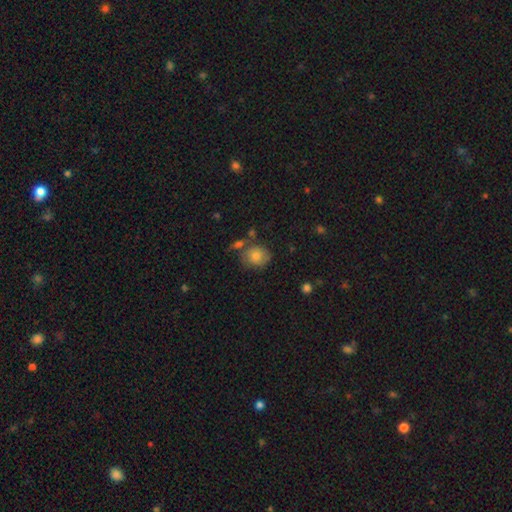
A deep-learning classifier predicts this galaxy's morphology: Smooth or featured? smooth (75%)
How rounded? round (74%)
Merging? none (65%)